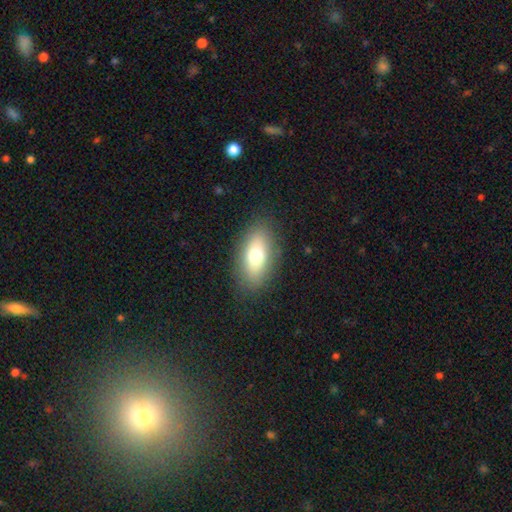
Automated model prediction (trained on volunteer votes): A smooth galaxy with no disk features (68%) that is in between round and cigar-shaped (86%). Merging: none (85%).